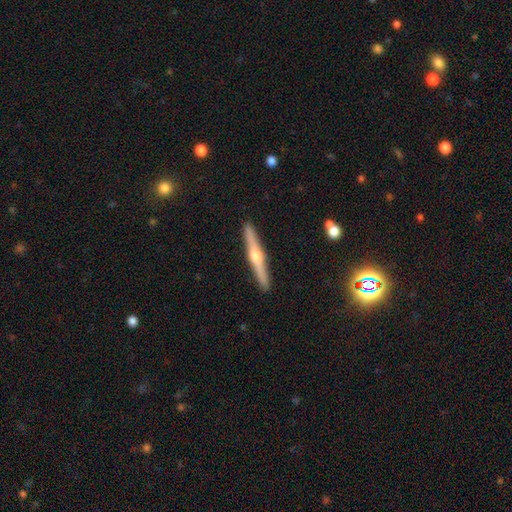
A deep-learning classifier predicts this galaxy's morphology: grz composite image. It shows a featured or disk galaxy (73%) viewed edge-on (98%) with a rounded central bulge (92%). Merging: none (92%).